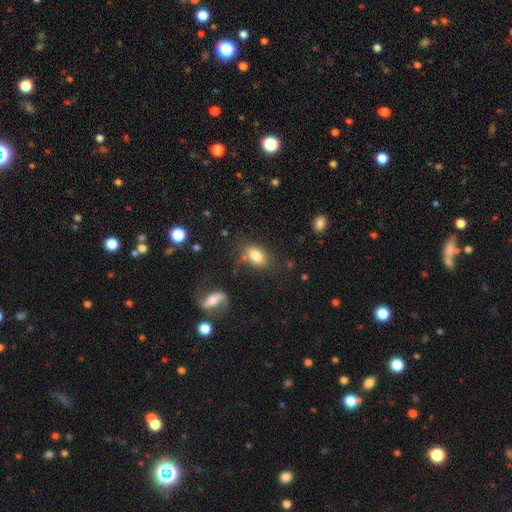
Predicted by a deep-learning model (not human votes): A smooth galaxy with no disk features (79%) that is in between round and cigar-shaped (85%).

Vote fractions:
- Smooth or featured? smooth: 79% / featured or disk: 12% / star or artifact: 9%
- How rounded? in between: 85% / round: 13% / cigar-shaped: 2%
- Merging? none: 72% / minor disturbance: 16% / merger: 6% / major disturbance: 6%